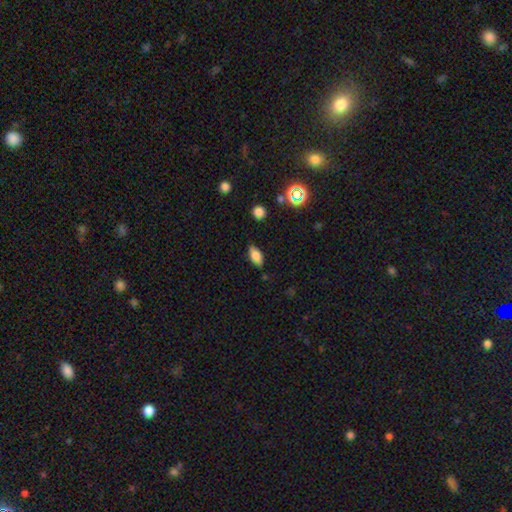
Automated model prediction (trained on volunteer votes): A smooth galaxy with no disk features (78%) that is in between round and cigar-shaped (86%). Merging: none (83%).